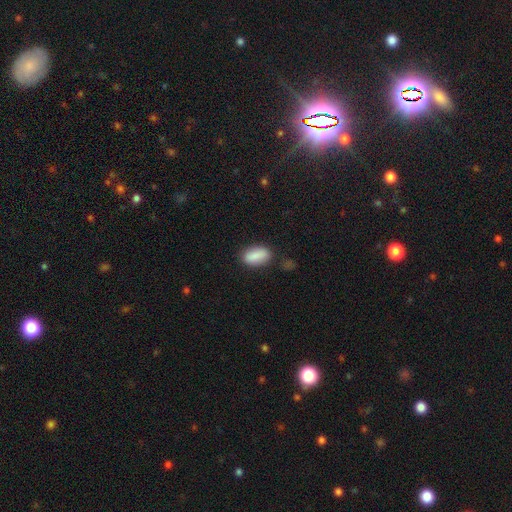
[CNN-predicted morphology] This appears to be a smooth galaxy with no disk features (88%) that is in between round and cigar-shaped (88%). Merging: none (79%).